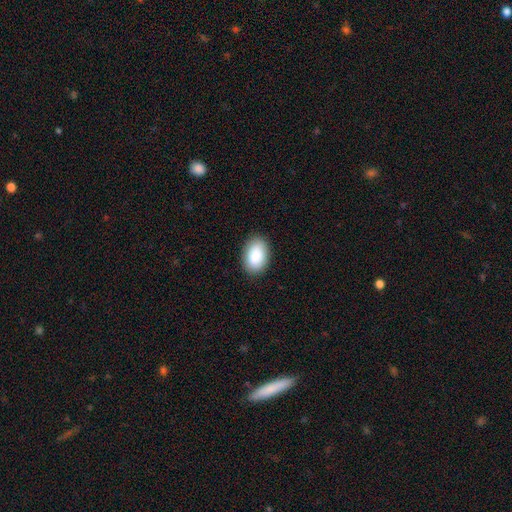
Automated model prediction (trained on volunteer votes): smooth_or_featured: smooth (p=0.90) [alt: star or artifact p=0.06]
how_rounded: in between (p=0.89) [alt: round p=0.10]
merging: none (p=0.88) [alt: minor disturbance p=0.09]